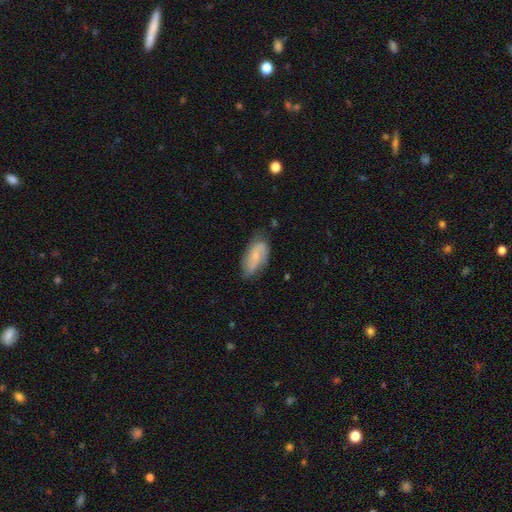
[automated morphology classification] Smooth or featured: featured or disk — 56% (smooth — 37%)
Edge-on disk: no — 93% (yes — 7%)
Bar: no — 50% (weak — 38%)
Spiral arms: yes — 87% (no — 13%)
Bulge size: small — 64% (moderate — 25%)
Merging: none — 71% (minor disturbance — 22%)